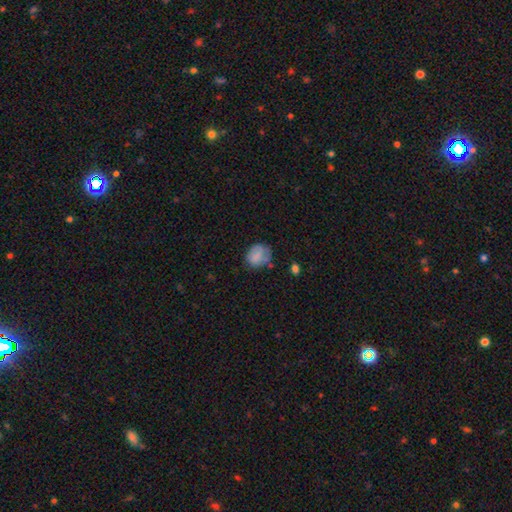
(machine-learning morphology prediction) smooth 78%, featured or disk 13%, star or artifact 9%. Down the decision tree: how rounded — round (58%); merging — none (58%).